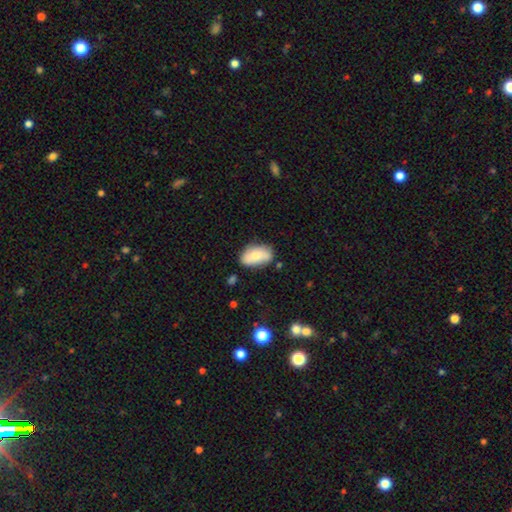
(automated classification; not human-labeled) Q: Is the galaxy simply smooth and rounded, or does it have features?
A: smooth — 72%.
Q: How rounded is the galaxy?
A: in between — 92%.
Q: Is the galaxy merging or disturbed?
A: none — 71%.